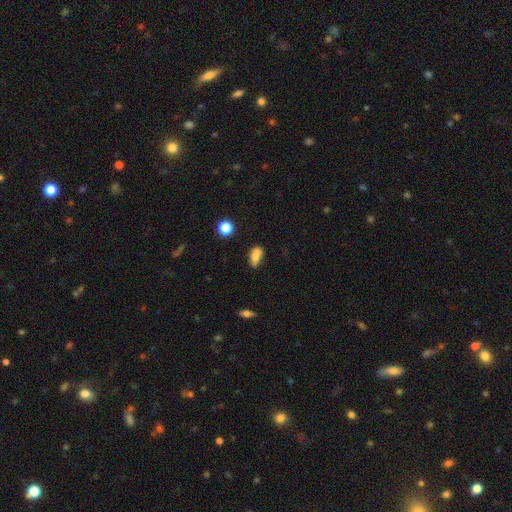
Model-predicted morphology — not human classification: A smooth galaxy with no disk features (70%) that is in between round and cigar-shaped (80%). Merging: none (46%).